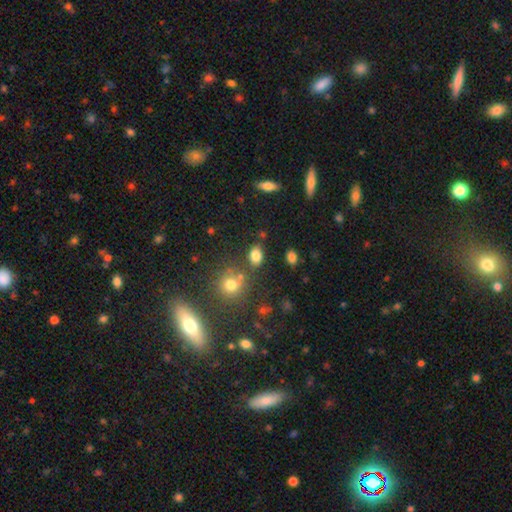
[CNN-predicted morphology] Smooth or featured? smooth (80%)
How rounded? in between (75%)
Merging? none (72%)